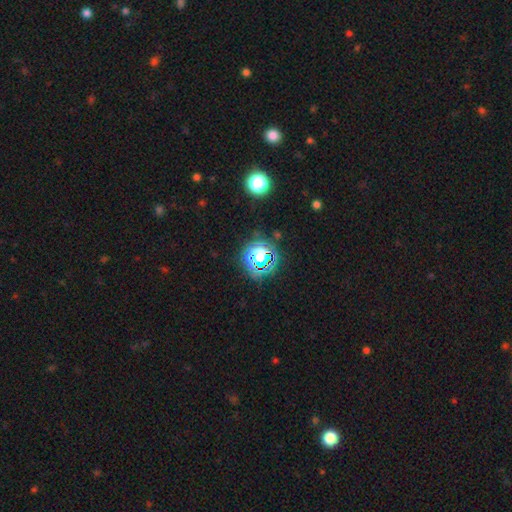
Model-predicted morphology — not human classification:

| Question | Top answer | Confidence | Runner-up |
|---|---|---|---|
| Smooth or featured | star or artifact | 72% | smooth (20%) |